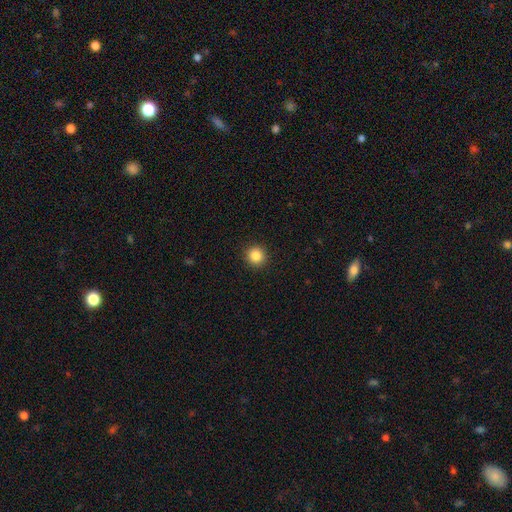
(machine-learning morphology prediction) smooth_or_featured: smooth (p=0.86) [alt: star or artifact p=0.10]
how_rounded: round (p=0.93) [alt: in between p=0.06]
merging: none (p=0.92) [alt: minor disturbance p=0.05]